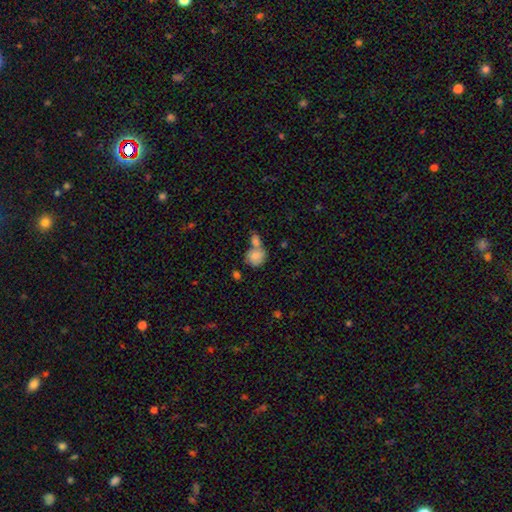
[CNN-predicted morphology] Q: Smooth or featured?
A: smooth (82%); runner-up: featured or disk (11%)
Q: How rounded?
A: round (67%); runner-up: in between (32%)
Q: Merging?
A: merger (53%); runner-up: none (32%)